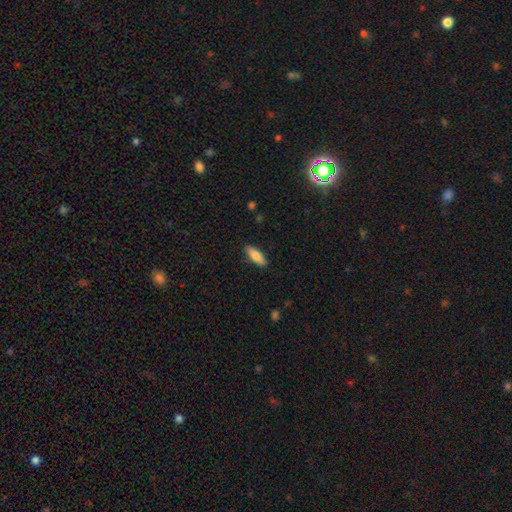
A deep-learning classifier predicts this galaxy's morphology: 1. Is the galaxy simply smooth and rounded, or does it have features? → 80% smooth, 14% featured or disk, 6% star or artifact.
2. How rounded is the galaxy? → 61% in between, 38% cigar-shaped, 2% round.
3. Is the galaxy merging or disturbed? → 88% none, 9% minor disturbance, 2% major disturbance, 1% merger.